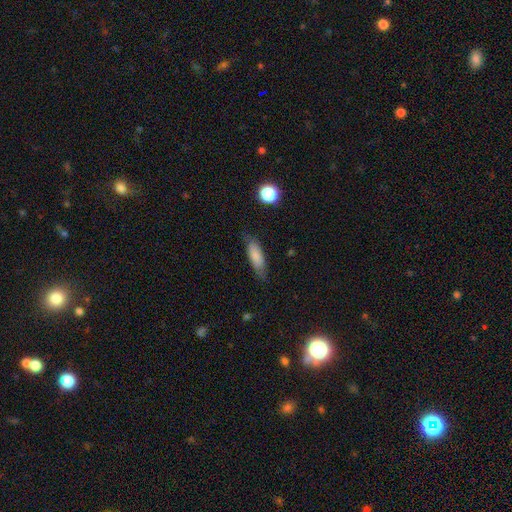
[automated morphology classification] Smooth or featured? smooth (79%)
How rounded? in between (60%)
Merging? none (74%)